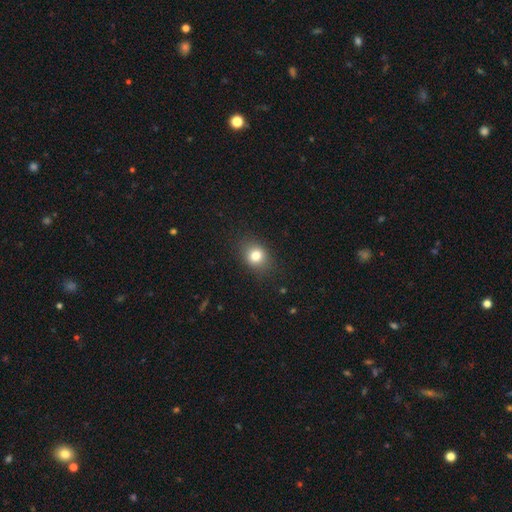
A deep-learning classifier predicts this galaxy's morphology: Smooth or featured? smooth (80%)
How rounded? round (59%)
Merging? none (86%)